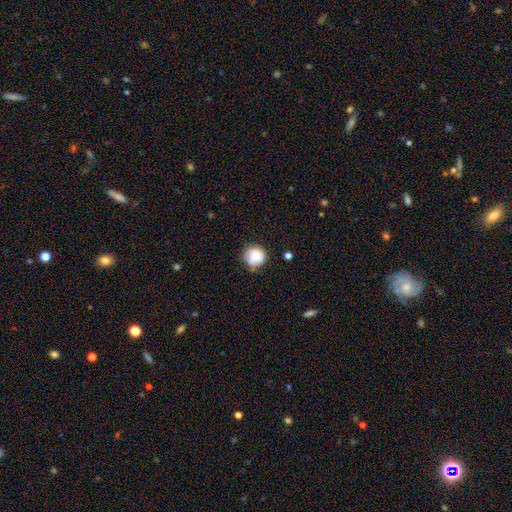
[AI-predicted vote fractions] Smooth or featured? Predicted: smooth (p=0.71). How rounded? Predicted: round (p=0.91). Merging? Predicted: none (p=0.69).